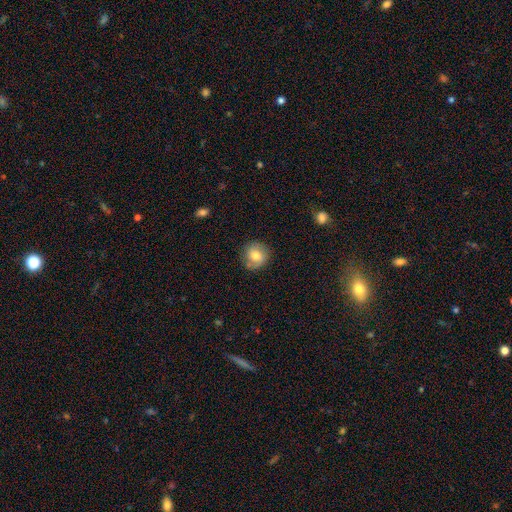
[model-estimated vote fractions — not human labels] Morphology: type=smooth (70%); roundness=round (87%); merging=none (77%).